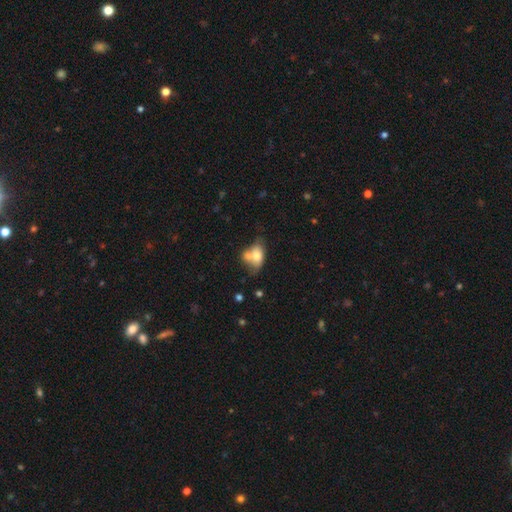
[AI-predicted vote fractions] Smooth or featured?
  - smooth: 69% *
  - featured or disk: 23%
  - star or artifact: 8%
How rounded?
  - in between: 82% *
  - round: 15%
  - cigar-shaped: 2%
Merging?
  - merger: 50% *
  - none: 24%
  - minor disturbance: 17%
  - major disturbance: 9%